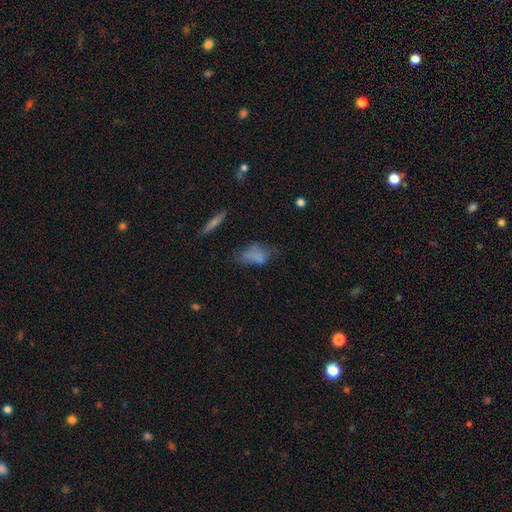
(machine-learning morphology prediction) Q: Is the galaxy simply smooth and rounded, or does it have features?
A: smooth — 67%.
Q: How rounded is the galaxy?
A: in between — 85%.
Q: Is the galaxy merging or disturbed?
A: none — 41%.